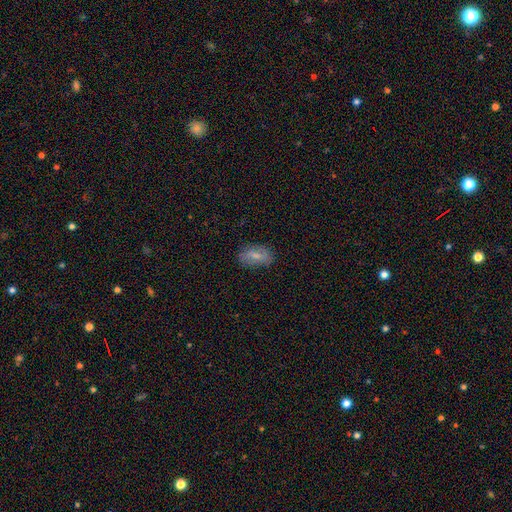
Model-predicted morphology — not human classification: Smooth or featured? Predicted: smooth (p=0.65). How rounded? Predicted: in between (p=0.89). Merging? Predicted: none (p=0.79).